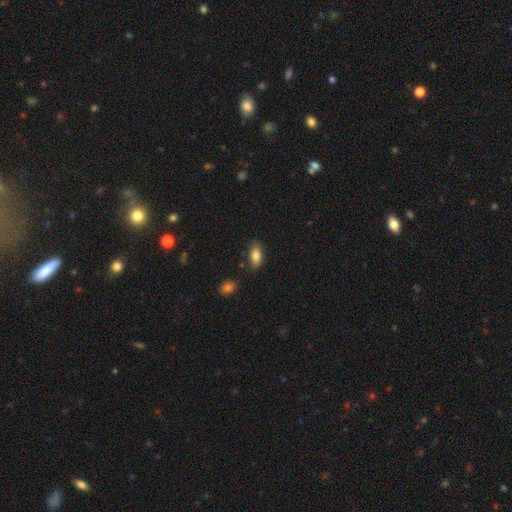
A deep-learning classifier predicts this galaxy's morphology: Smooth or featured? smooth (84%)
How rounded? in between (89%)
Merging? none (77%)